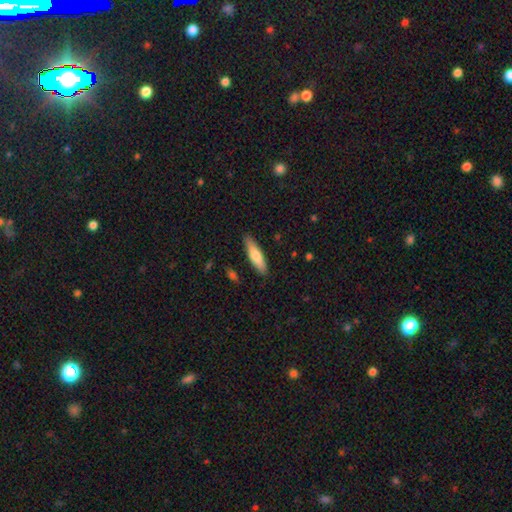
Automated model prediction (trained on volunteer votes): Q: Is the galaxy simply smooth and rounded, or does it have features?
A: smooth — 71%.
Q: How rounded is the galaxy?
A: cigar-shaped — 71%.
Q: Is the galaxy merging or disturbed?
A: none — 87%.